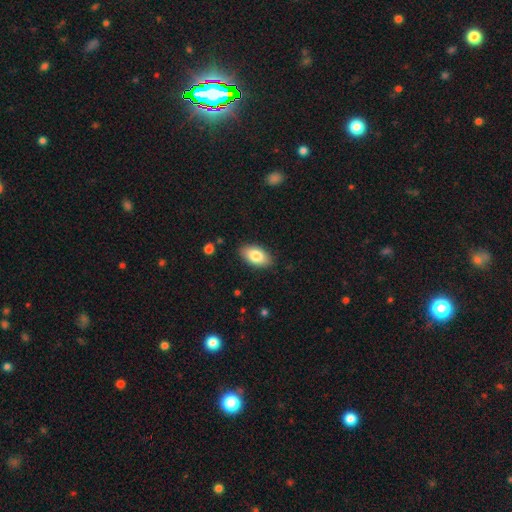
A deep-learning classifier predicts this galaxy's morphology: smooth_or_featured: smooth (p=0.82) [alt: featured or disk p=0.12]
how_rounded: in between (p=0.94) [alt: round p=0.04]
merging: none (p=0.87) [alt: minor disturbance p=0.10]